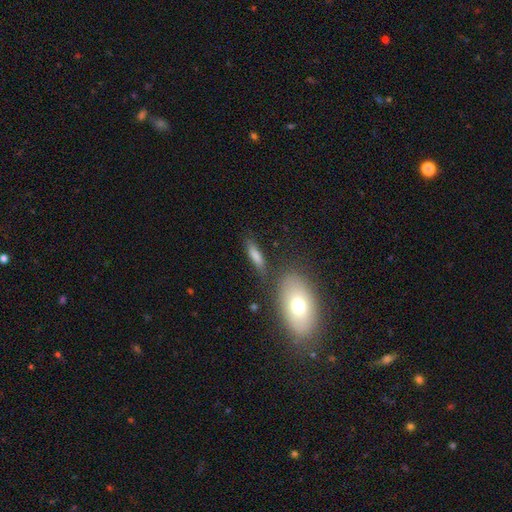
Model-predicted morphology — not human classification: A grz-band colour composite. It shows a smooth galaxy with no disk features (76%) that is cigar-shaped (64%). Merging: none (70%).